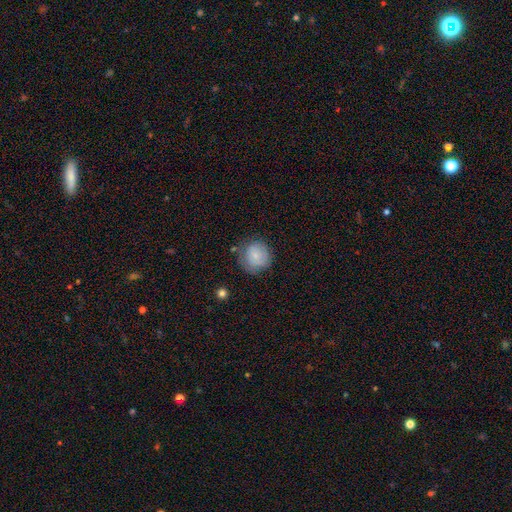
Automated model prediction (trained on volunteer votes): This is likely a smooth galaxy (76%). How rounded: clearly round (88%). Merging: likely none (70%).